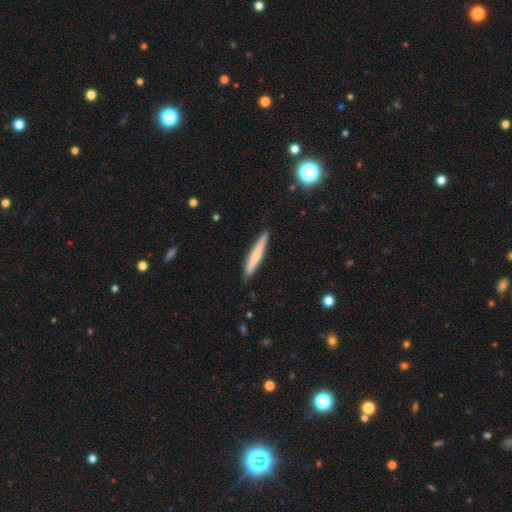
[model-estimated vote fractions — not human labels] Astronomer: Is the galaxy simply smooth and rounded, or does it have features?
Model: smooth — 64%.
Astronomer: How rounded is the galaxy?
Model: cigar-shaped — 94%.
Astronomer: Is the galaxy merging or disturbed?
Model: none — 87%.